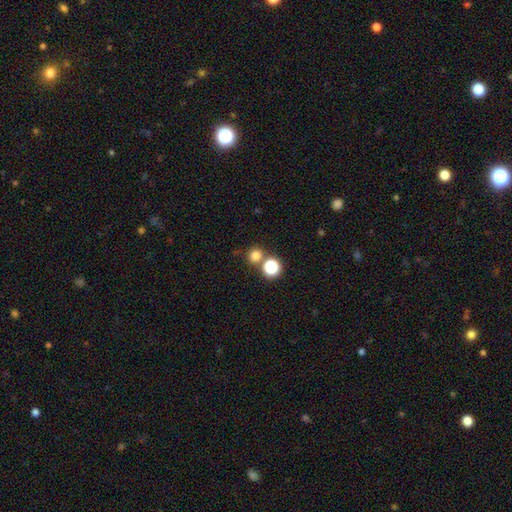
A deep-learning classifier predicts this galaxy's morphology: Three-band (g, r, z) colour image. It shows a smooth galaxy with no disk features (76%) that is round (87%). Merging: none (69%).